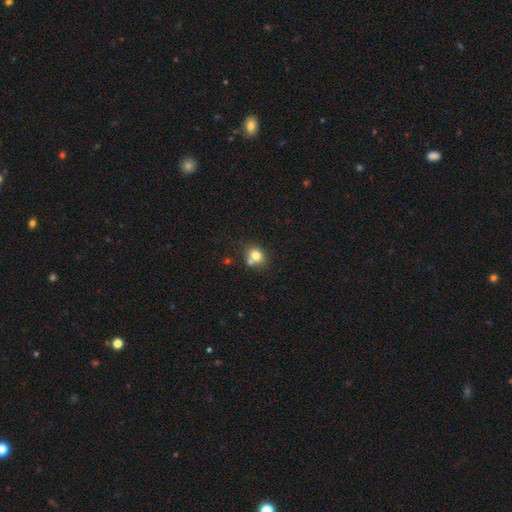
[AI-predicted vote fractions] smooth_or_featured: smooth (p=0.77) [alt: featured or disk p=0.12]
how_rounded: round (p=0.62) [alt: in between p=0.38]
merging: none (p=0.55) [alt: merger p=0.28]